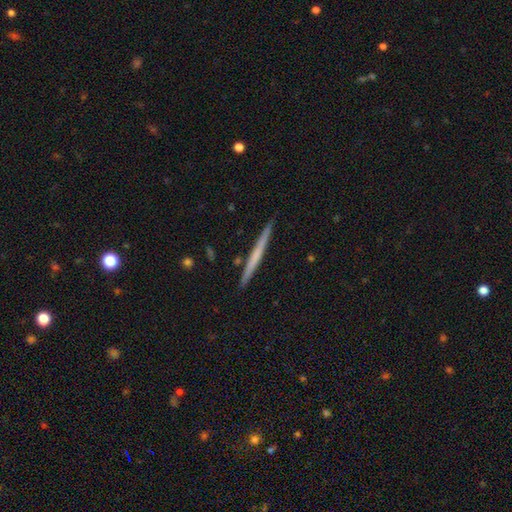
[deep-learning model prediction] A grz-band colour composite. It shows a featured or disk galaxy (49%). Merging: none (91%).